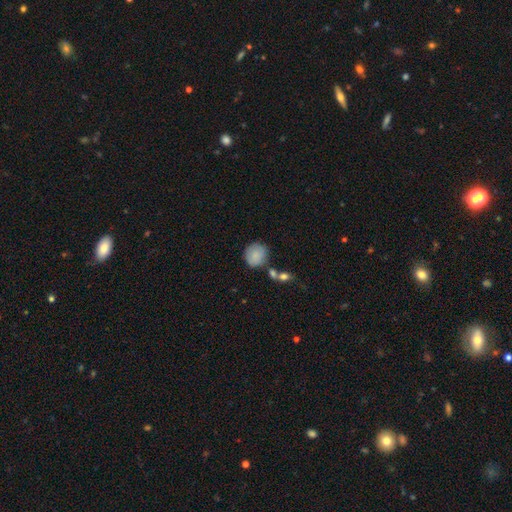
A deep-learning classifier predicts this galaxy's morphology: smooth-or-featured: smooth: 85% | featured or disk: 8% | star or artifact: 7%
  how-rounded: round: 86% | in between: 13% | cigar-shaped: 1%
  merging: none: 68% | minor disturbance: 17% | merger: 10% | major disturbance: 5%